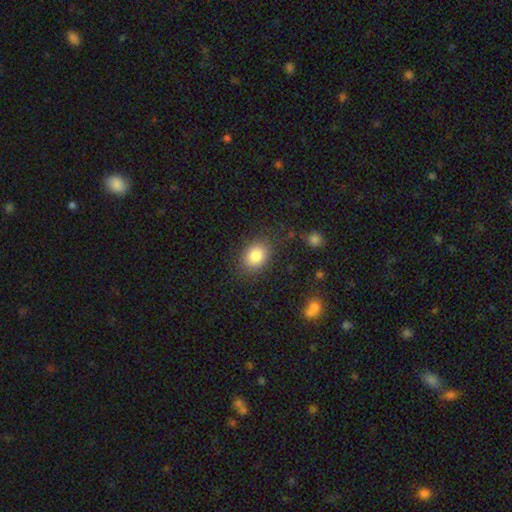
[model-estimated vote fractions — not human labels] Smooth or featured? smooth (84%)
How rounded? in between (63%)
Merging? none (82%)